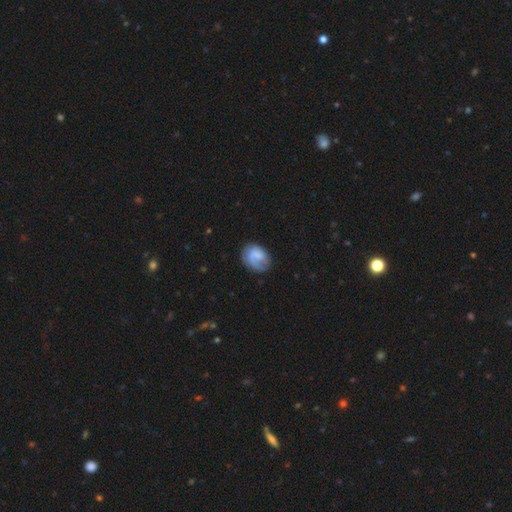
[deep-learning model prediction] Q: Smooth or featured?
A: smooth (55%); runner-up: featured or disk (38%)
Q: How rounded?
A: in between (63%); runner-up: round (36%)
Q: Merging?
A: none (56%); runner-up: minor disturbance (25%)